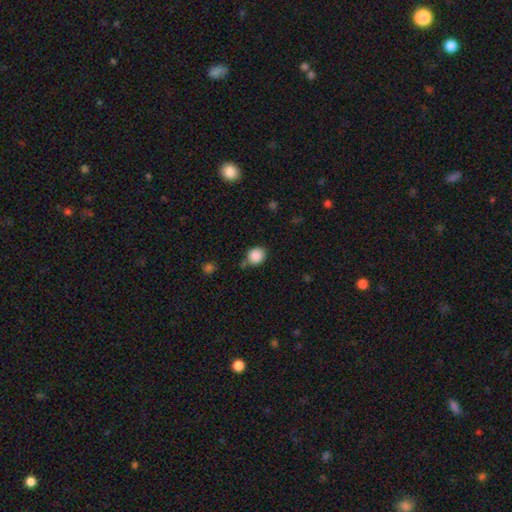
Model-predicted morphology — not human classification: The model was most divided on "how rounded": round: 67%, in between: 32%, cigar-shaped: 1%. More confident: smooth or featured — smooth (87%); merging — none (62%).